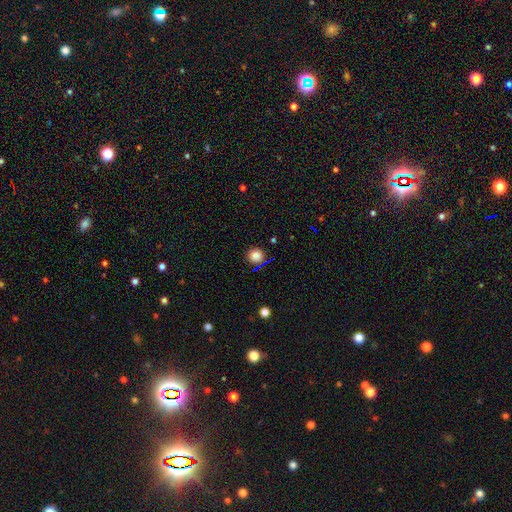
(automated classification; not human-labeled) A smooth galaxy with no disk features (81%) that is round (92%). Merging: none (87%).